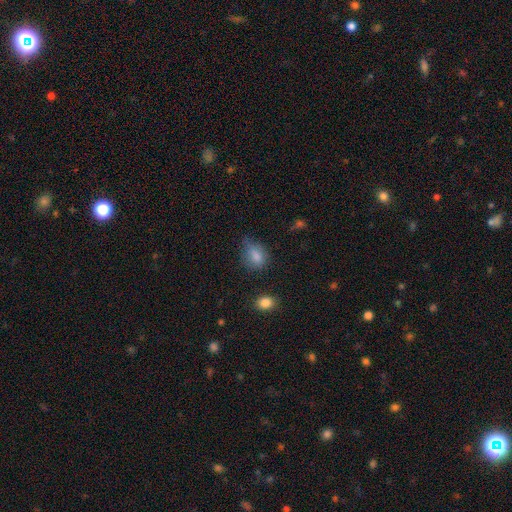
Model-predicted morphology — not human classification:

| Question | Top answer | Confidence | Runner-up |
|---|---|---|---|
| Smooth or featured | smooth | 81% | star or artifact (11%) |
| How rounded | in between | 63% | round (35%) |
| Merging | none | 55% | minor disturbance (32%) |